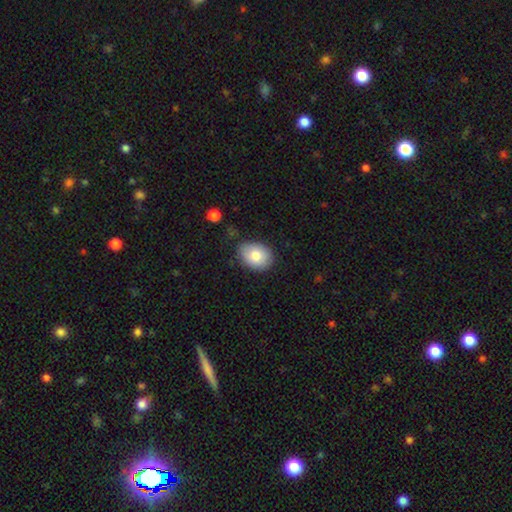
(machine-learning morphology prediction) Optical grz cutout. It shows a smooth galaxy with no disk features (81%) that is in between round and cigar-shaped (70%). Merging: none (77%).